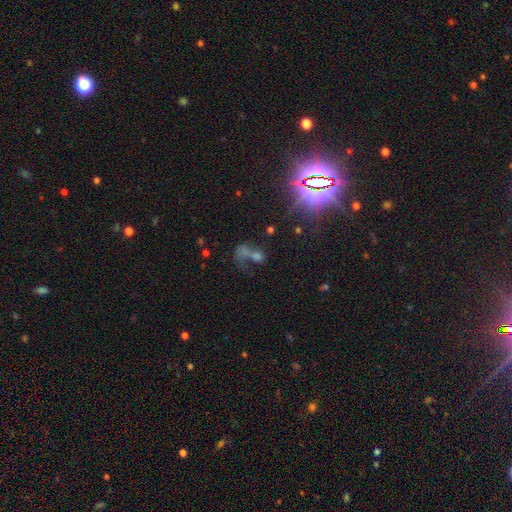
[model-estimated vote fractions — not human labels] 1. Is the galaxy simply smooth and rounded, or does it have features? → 44% star or artifact, 36% smooth, 20% featured or disk.